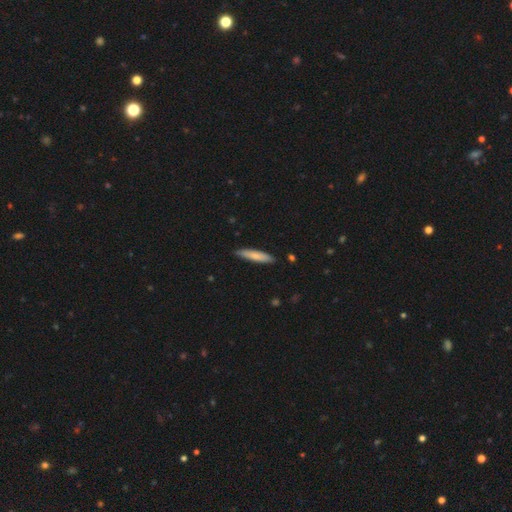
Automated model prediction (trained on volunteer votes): A smooth galaxy with no disk features (76%) that is cigar-shaped (85%).

Vote fractions:
- Smooth or featured? smooth: 76% / featured or disk: 18% / star or artifact: 5%
- How rounded? cigar-shaped: 85% / in between: 13% / round: 1%
- Merging? none: 87% / minor disturbance: 10% / major disturbance: 2% / merger: 1%